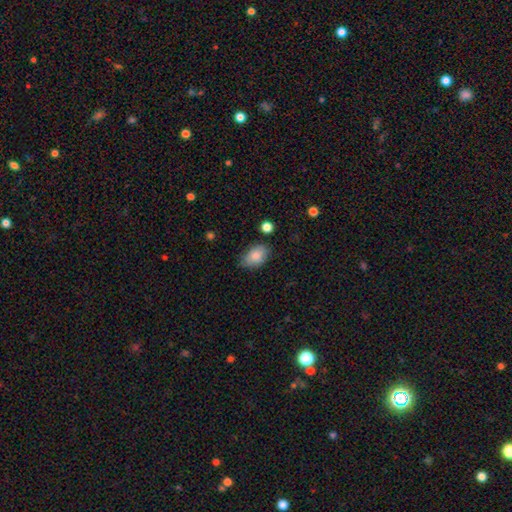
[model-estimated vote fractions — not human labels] A smooth galaxy with no disk features (84%) that is in between round and cigar-shaped (88%).

Vote fractions:
- Smooth or featured? smooth: 84% / featured or disk: 9% / star or artifact: 7%
- How rounded? in between: 88% / round: 11% / cigar-shaped: 1%
- Merging? none: 71% / minor disturbance: 22% / major disturbance: 4% / merger: 2%